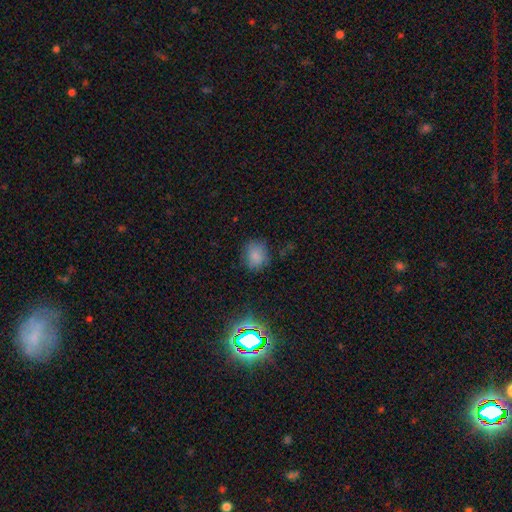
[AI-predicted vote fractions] This appears to be a smooth galaxy with no disk features (80%) that is round (67%). Merging: none (77%).